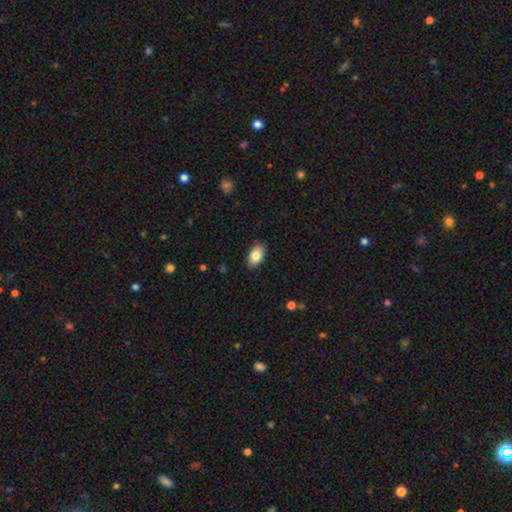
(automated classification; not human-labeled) Smooth or featured? Predicted: smooth (p=0.83). How rounded? Predicted: in between (p=0.92). Merging? Predicted: none (p=0.87).